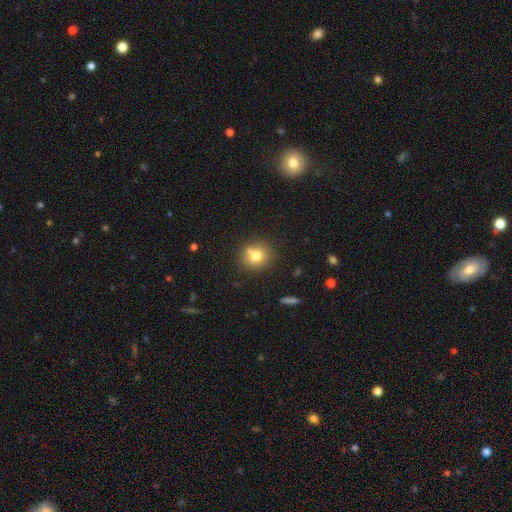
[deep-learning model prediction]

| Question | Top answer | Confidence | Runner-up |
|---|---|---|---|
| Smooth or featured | smooth | 75% | featured or disk (13%) |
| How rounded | round | 87% | in between (12%) |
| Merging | none | 76% | merger (12%) |